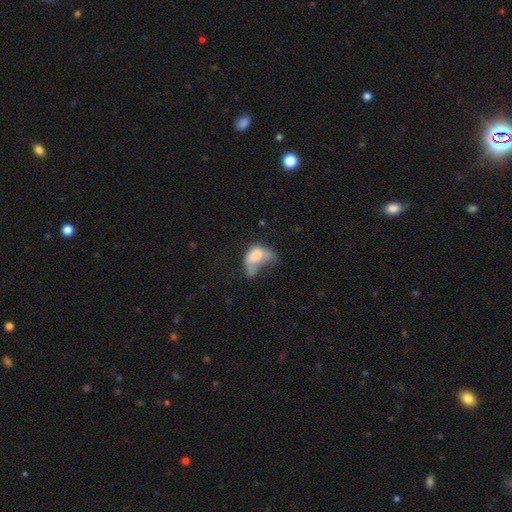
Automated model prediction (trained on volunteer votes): smooth-or-featured: smooth: 62% | featured or disk: 28% | star or artifact: 9%
  how-rounded: in between: 84% | round: 13% | cigar-shaped: 2%
  merging: major disturbance: 50% | merger: 20% | minor disturbance: 18% | none: 12%